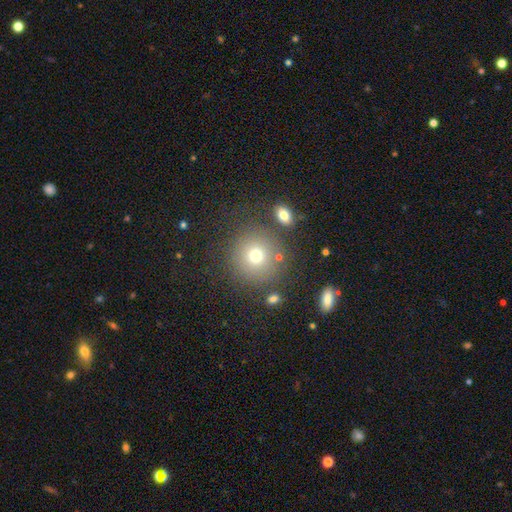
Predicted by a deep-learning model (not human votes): Smooth or featured? Predicted: smooth (p=0.73). How rounded? Predicted: round (p=0.93). Merging? Predicted: none (p=0.80).